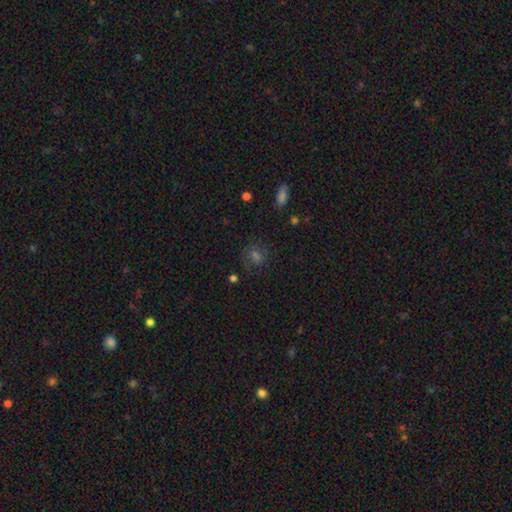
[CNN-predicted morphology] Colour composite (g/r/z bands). It shows a smooth galaxy with no disk features (44%). Merging: none (74%).